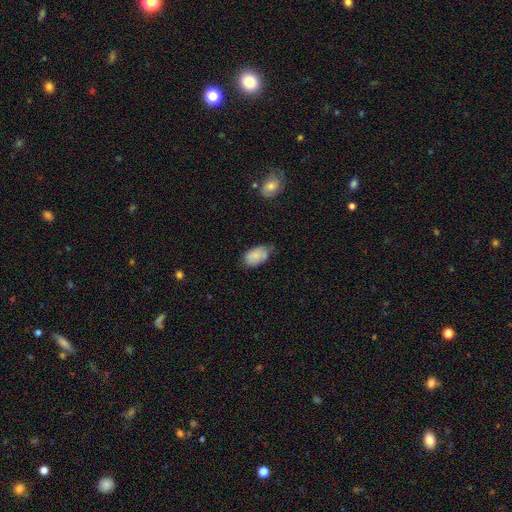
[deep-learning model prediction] Smooth or featured? Predicted: smooth (p=0.80). How rounded? Predicted: in between (p=0.91). Merging? Predicted: none (p=0.52).